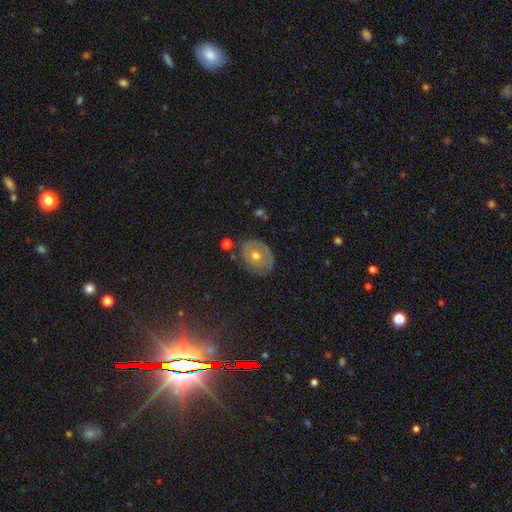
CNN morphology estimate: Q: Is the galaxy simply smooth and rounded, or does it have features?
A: featured or disk — 48%.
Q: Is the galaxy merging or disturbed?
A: none — 75%.